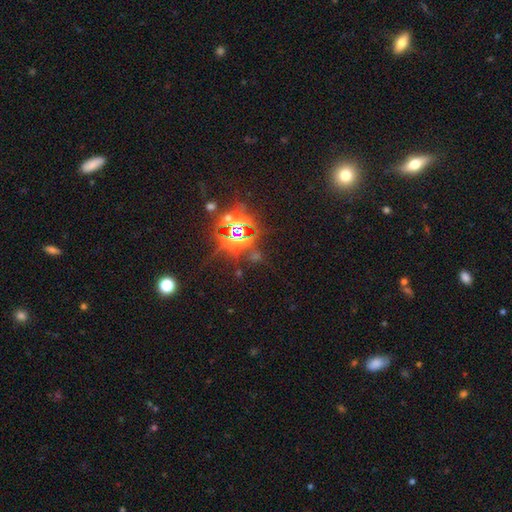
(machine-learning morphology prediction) Smooth or featured? star or artifact (81%)